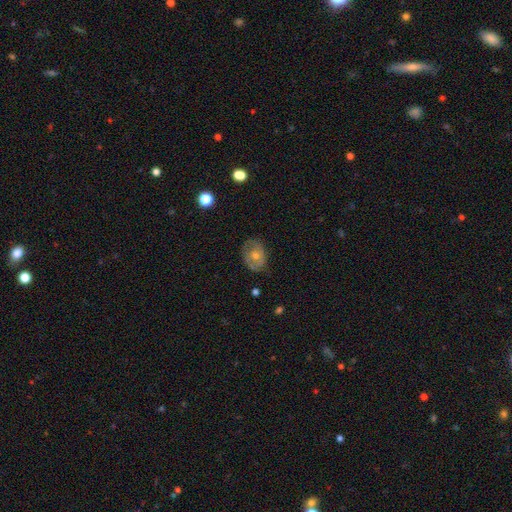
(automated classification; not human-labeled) Morphology: type=featured or disk (51%); edge-on=no (94%); merging=none (76%).